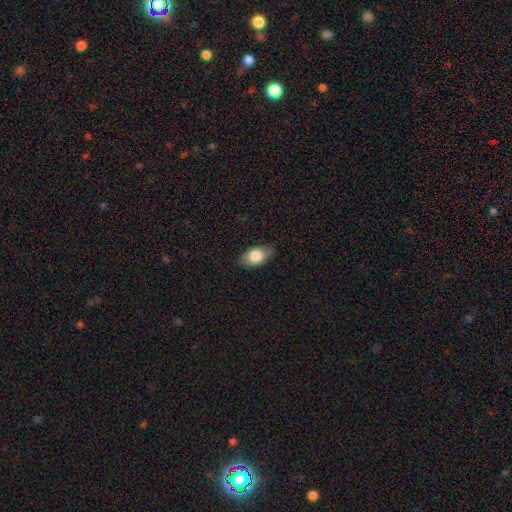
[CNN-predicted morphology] Q: Smooth or featured?
A: smooth (79%); runner-up: featured or disk (14%)
Q: How rounded?
A: in between (90%); runner-up: round (7%)
Q: Merging?
A: none (82%); runner-up: minor disturbance (14%)